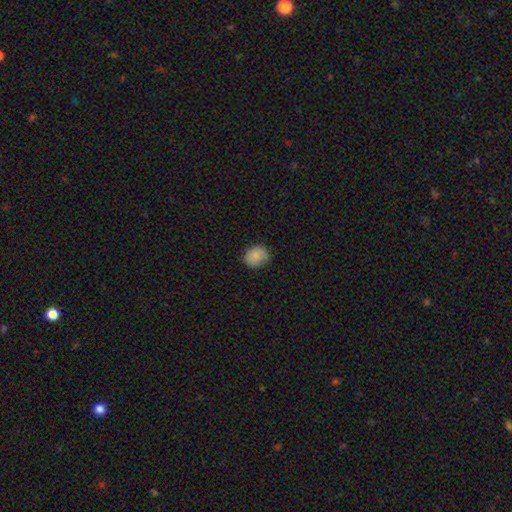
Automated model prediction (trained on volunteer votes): Q: Smooth or featured?
A: smooth (82%); runner-up: featured or disk (10%)
Q: How rounded?
A: round (67%); runner-up: in between (33%)
Q: Merging?
A: none (69%); runner-up: minor disturbance (24%)